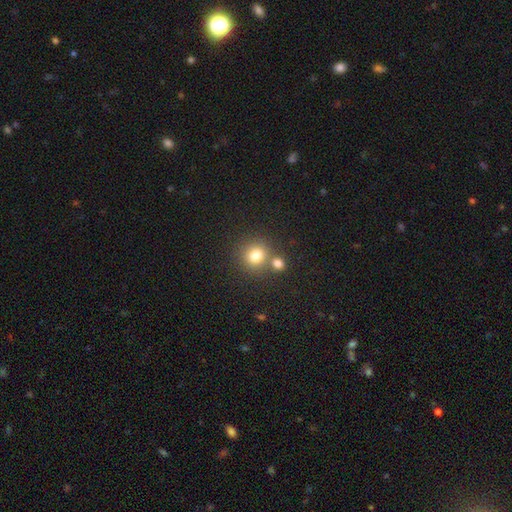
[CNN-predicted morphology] This is likely a smooth galaxy (79%). How rounded: clearly round (88%). Merging: likely none (64%).